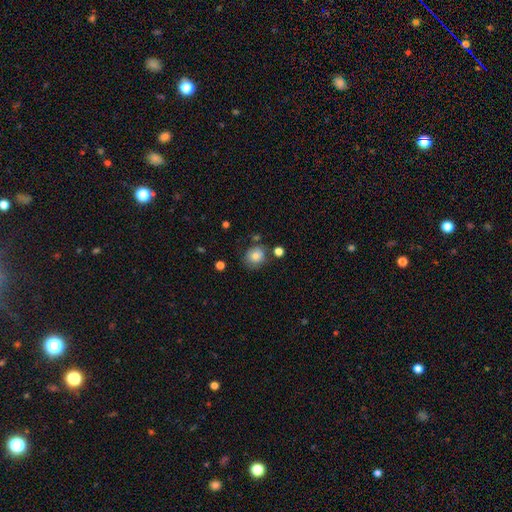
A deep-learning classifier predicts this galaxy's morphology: Smooth or featured?
  - smooth: 78% *
  - featured or disk: 11%
  - star or artifact: 11%
How rounded?
  - round: 74% *
  - in between: 25%
  - cigar-shaped: 1%
Merging?
  - none: 71% *
  - minor disturbance: 17%
  - merger: 7%
  - major disturbance: 5%